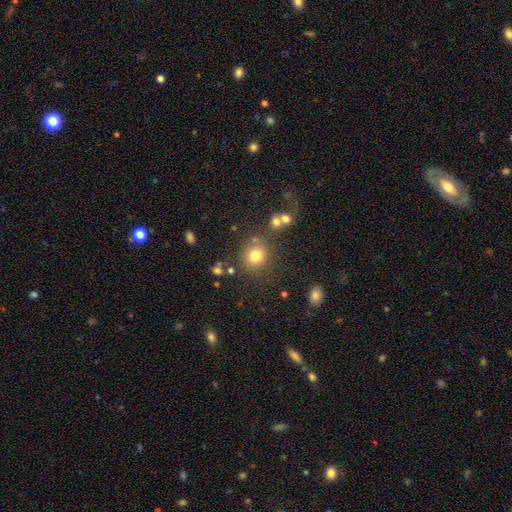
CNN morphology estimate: smooth-or-featured: smooth: 77% | star or artifact: 15% | featured or disk: 9%
  how-rounded: round: 86% | in between: 13% | cigar-shaped: 1%
  merging: none: 74% | minor disturbance: 10% | merger: 10% | major disturbance: 5%